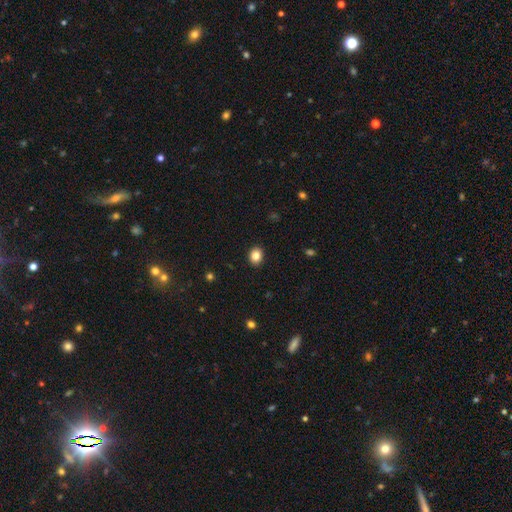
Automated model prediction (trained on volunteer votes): Smooth or featured: smooth — 84% (star or artifact — 10%)
How rounded: round — 55% (in between — 44%)
Merging: none — 91% (minor disturbance — 7%)